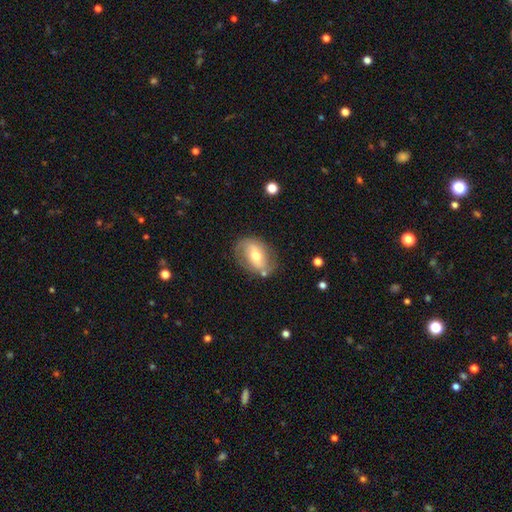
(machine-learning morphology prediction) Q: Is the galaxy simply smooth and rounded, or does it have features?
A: featured or disk — 59%.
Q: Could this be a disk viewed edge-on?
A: no — 94%.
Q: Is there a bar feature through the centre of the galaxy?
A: weak — 41%.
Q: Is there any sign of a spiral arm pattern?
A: yes — 69%.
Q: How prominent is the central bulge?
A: moderate — 69%.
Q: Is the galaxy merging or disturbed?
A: none — 70%.